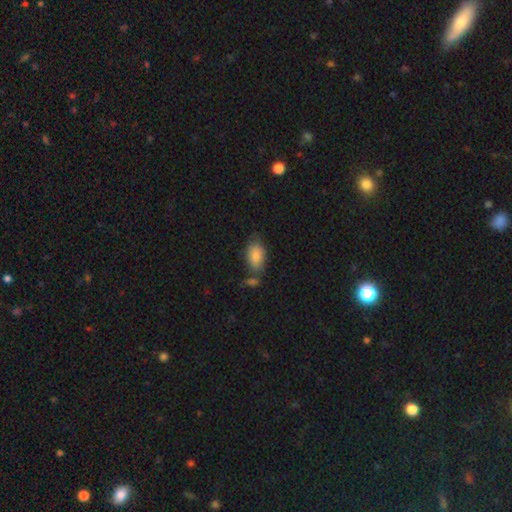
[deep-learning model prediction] smooth_or_featured: smooth (p=0.85) [alt: featured or disk p=0.08]
how_rounded: in between (p=0.92) [alt: round p=0.06]
merging: none (p=0.58) [alt: minor disturbance p=0.20]